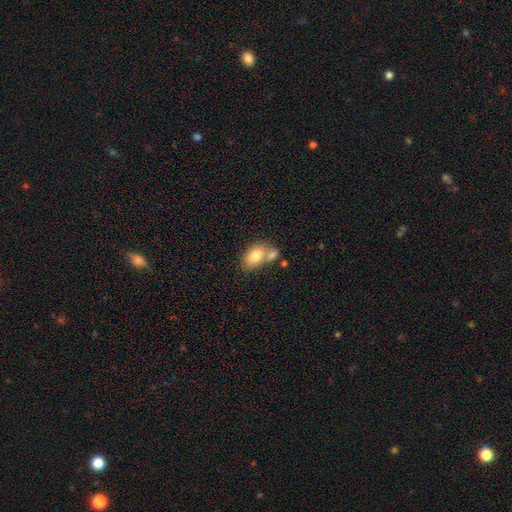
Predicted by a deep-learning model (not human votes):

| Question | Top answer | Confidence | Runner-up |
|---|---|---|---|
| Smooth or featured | smooth | 78% | featured or disk (15%) |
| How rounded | in between | 89% | round (10%) |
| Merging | merger | 44% | none (39%) |